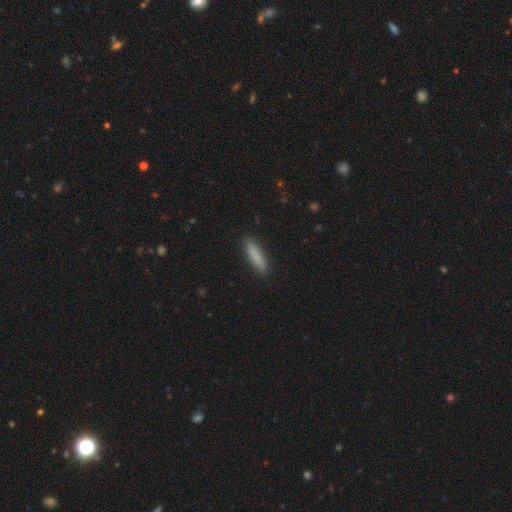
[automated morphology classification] Smooth or featured? Predicted: smooth (p=0.85). How rounded? Predicted: cigar-shaped (p=0.83). Merging? Predicted: none (p=0.90).